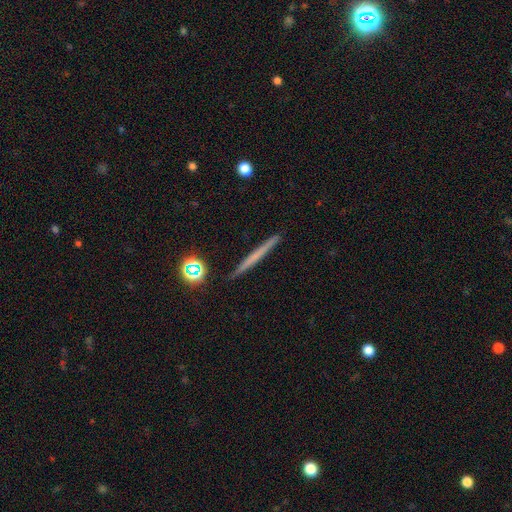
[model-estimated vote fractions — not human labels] A smooth galaxy with no disk features (51%) that is cigar-shaped (96%). Merging: none (92%).